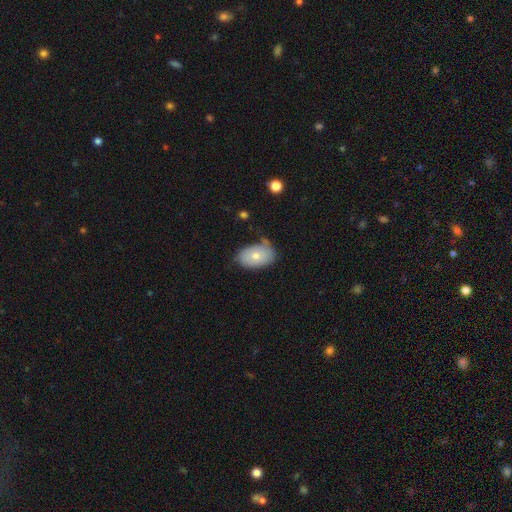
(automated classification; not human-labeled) This is likely a smooth galaxy (71%). How rounded: clearly in between (89%). Merging: likely none (61%).